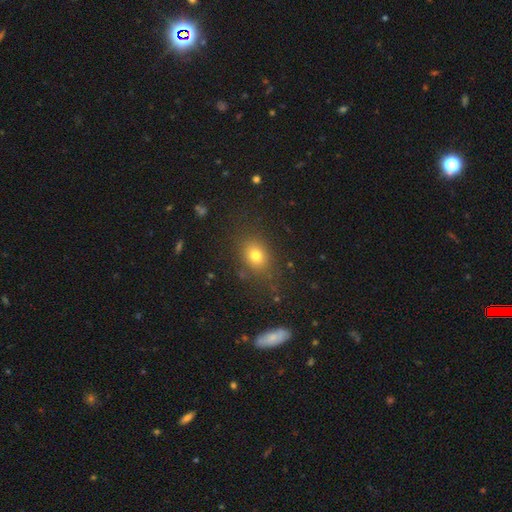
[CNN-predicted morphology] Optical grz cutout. It shows a smooth galaxy with no disk features (75%) that is in between round and cigar-shaped (53%). Merging: none (80%).